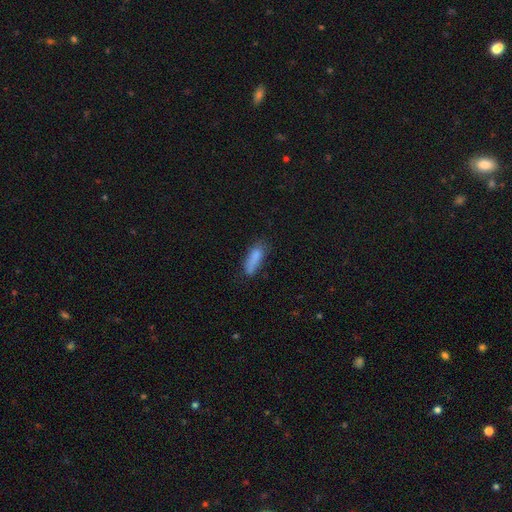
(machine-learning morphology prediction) This is clearly a smooth galaxy (81%). How rounded: possibly cigar-shaped (51%). Merging: possibly none (58%).